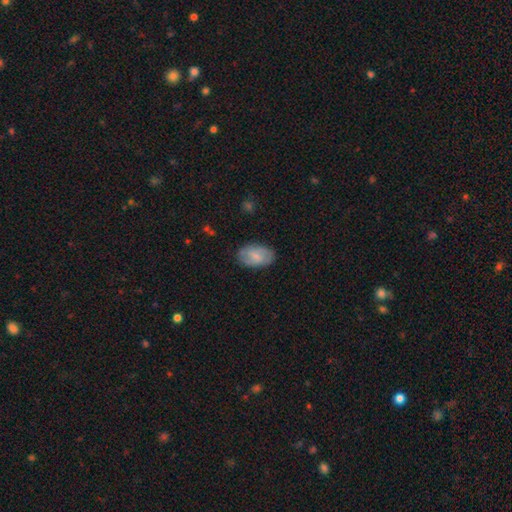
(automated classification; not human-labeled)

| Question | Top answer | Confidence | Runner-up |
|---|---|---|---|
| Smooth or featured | smooth | 51% | featured or disk (42%) |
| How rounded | in between | 91% | round (8%) |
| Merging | none | 80% | minor disturbance (15%) |